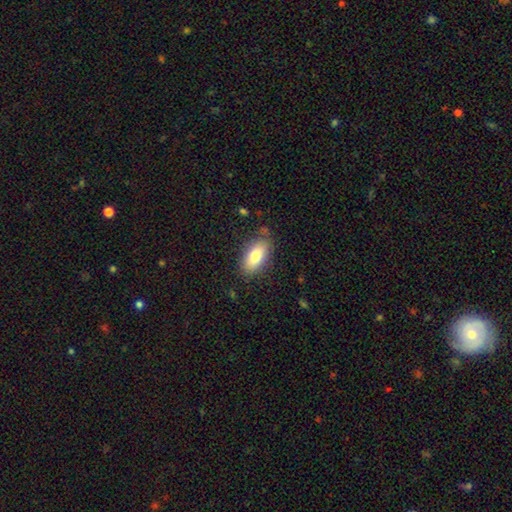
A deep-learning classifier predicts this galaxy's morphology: Overall: smooth (80%). How rounded: in between (90%). Merging: none (81%).